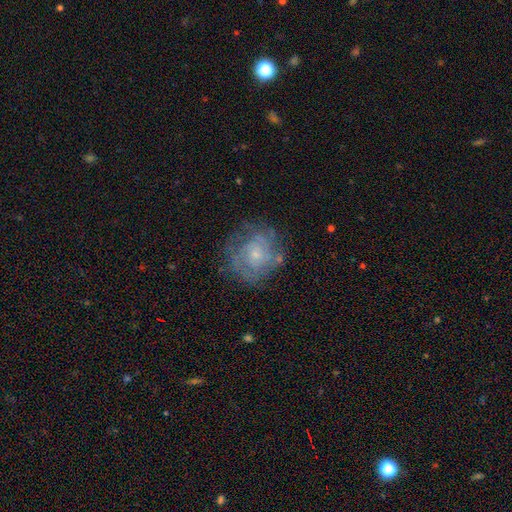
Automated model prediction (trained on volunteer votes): A featured or disk galaxy (70%) with no bar (80%), tight (61%) spiral arms (80%) and a small central bulge (71%).

Vote fractions:
- Smooth or featured? featured or disk: 70% / smooth: 21% / star or artifact: 9%
- Edge-on disk? no: 97% / yes: 3%
- Bar? no: 80% / weak: 17% / strong: 3%
- Spiral arms? yes: 80% / no: 20%
- Spiral winding? tight: 61% / medium: 30% / loose: 10%
- Spiral arm count? can't tell: 49% / 2: 19% / 3: 14% / 4: 8% / 1: 5% / more than 4: 5%
- Bulge size? small: 71% / moderate: 22% / none: 4% / large: 2% / dominant: 1%
- Merging? none: 70% / minor disturbance: 18% / major disturbance: 10% / merger: 2%